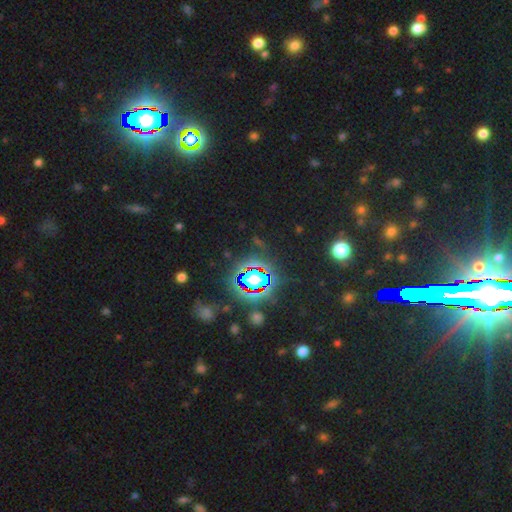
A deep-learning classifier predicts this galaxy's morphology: The model was most divided on "smooth or featured": star or artifact: 83%, smooth: 9%, featured or disk: 8%.